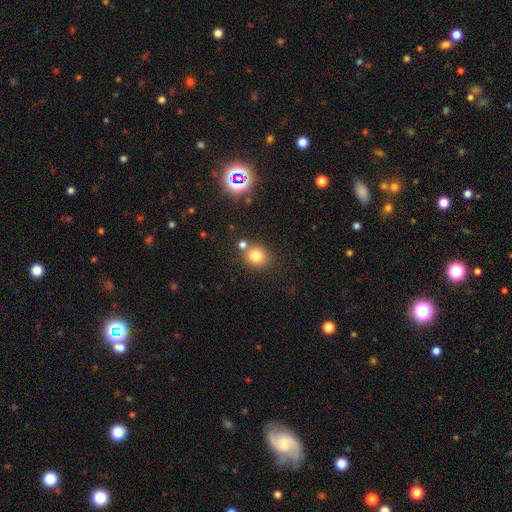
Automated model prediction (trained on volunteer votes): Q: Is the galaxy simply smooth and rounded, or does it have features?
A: smooth — 77%.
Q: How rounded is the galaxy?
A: round — 81%.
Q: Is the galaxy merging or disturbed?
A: none — 68%.